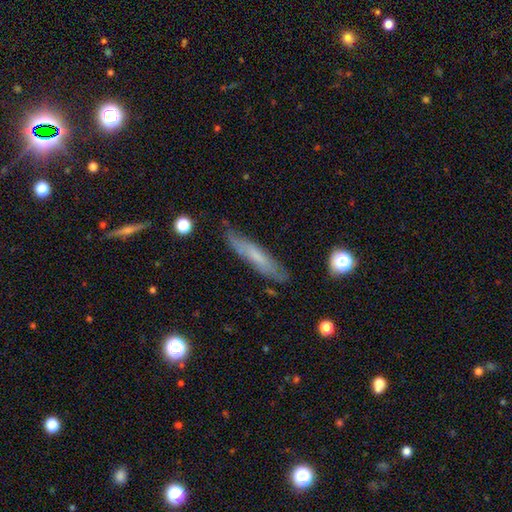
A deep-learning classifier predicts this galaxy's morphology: smooth_or_featured: smooth (p=0.51) [alt: featured or disk p=0.42]
how_rounded: cigar-shaped (p=0.86) [alt: in between p=0.12]
merging: none (p=0.76) [alt: minor disturbance p=0.18]